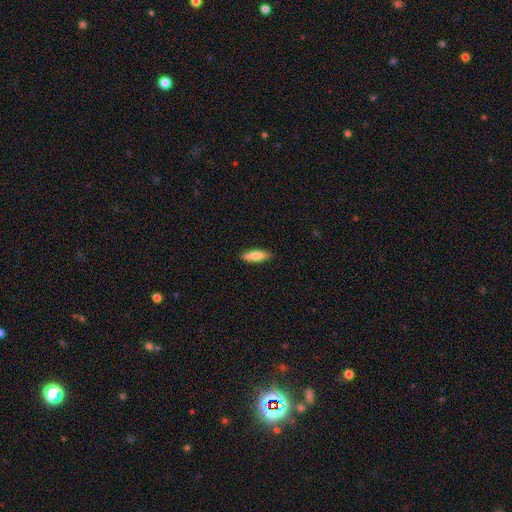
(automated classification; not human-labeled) Smooth or featured? Predicted: smooth (p=0.75). How rounded? Predicted: cigar-shaped (p=0.53). Merging? Predicted: none (p=0.86).